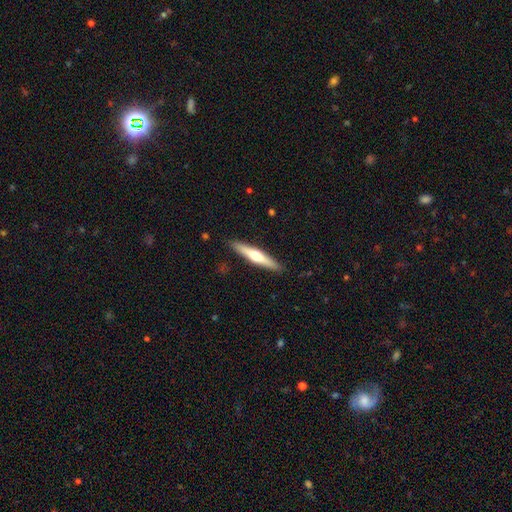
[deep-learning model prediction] The model was most divided on "smooth or featured": featured or disk: 50%, smooth: 45%, star or artifact: 5%. More confident: edge-on disk — yes (95%); merging — none (90%).